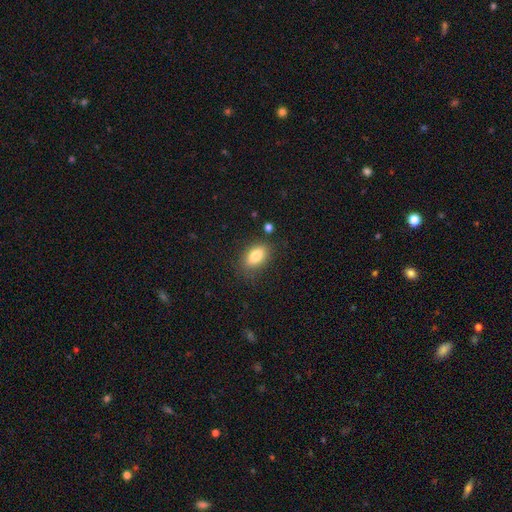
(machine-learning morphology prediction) Overall: smooth (80%). How rounded: in between (86%). Merging: none (81%).